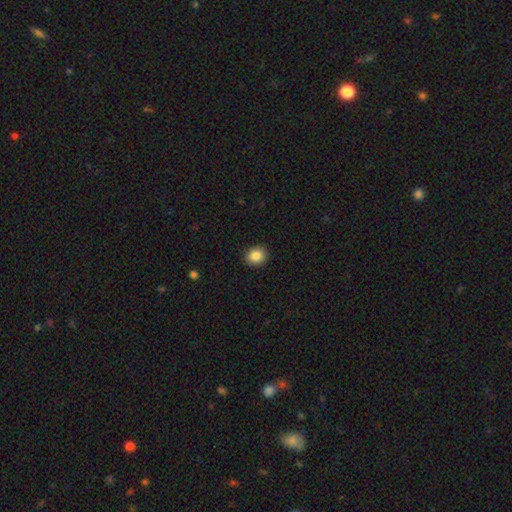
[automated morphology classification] smooth-or-featured: smooth: 86% | star or artifact: 9% | featured or disk: 5%
  how-rounded: round: 64% | in between: 35% | cigar-shaped: 1%
  merging: none: 91% | minor disturbance: 6% | major disturbance: 2% | merger: 1%